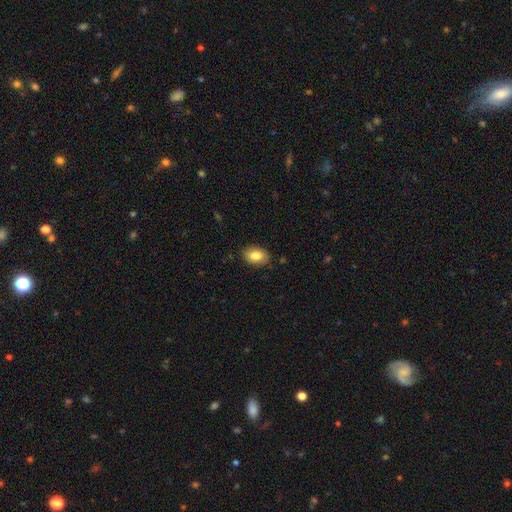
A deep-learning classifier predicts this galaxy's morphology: The model was most divided on "how rounded": in between: 86%, round: 13%, cigar-shaped: 1%. More confident: merging — none (85%); smooth or featured — smooth (84%).